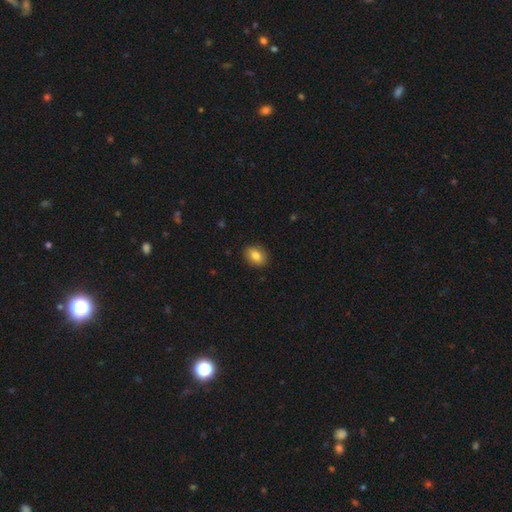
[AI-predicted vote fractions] This appears to be a smooth galaxy with no disk features (82%) that is in between round and cigar-shaped (69%). Merging: none (88%).